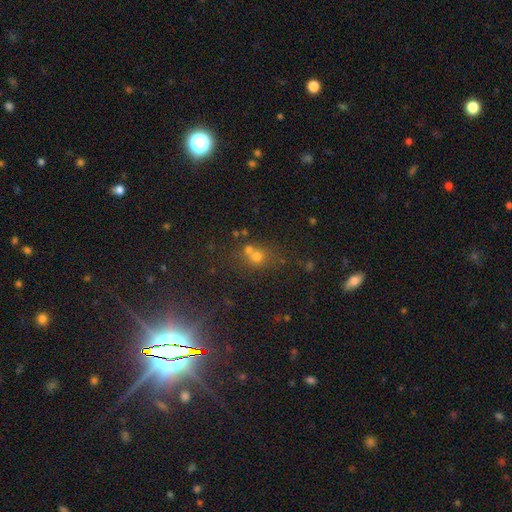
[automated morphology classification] smooth-or-featured: smooth: 55% | star or artifact: 32% | featured or disk: 13%
  how-rounded: round: 80% | in between: 19% | cigar-shaped: 2%
  merging: none: 53% | merger: 33% | minor disturbance: 10% | major disturbance: 5%